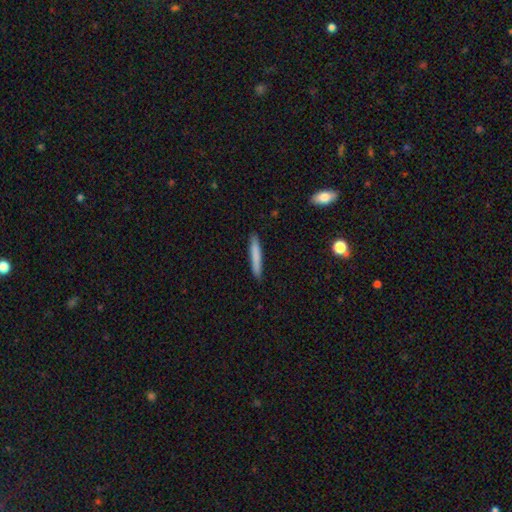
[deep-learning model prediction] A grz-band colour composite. It shows a smooth galaxy with no disk features (79%) that is cigar-shaped (95%). Merging: none (90%).